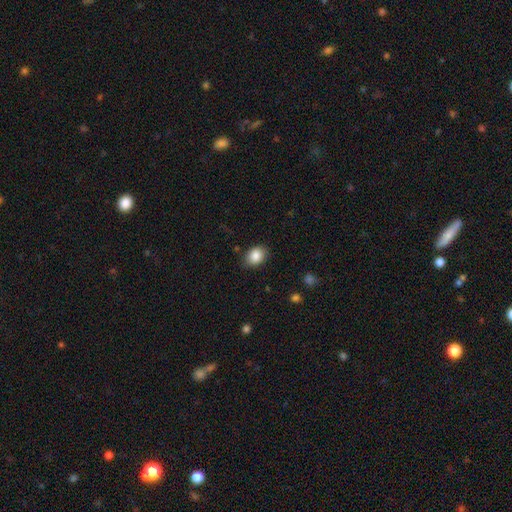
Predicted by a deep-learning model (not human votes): Overall: smooth (87%). How rounded: in between (70%). Merging: none (83%).